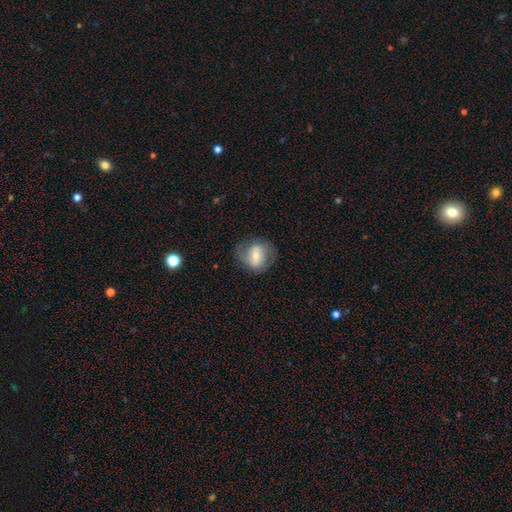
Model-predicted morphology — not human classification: type=featured or disk (56%); edge-on=no (95%); bar=weak (41%); spiral arms=yes (74%); bulge=moderate (52%); merging=none (69%).